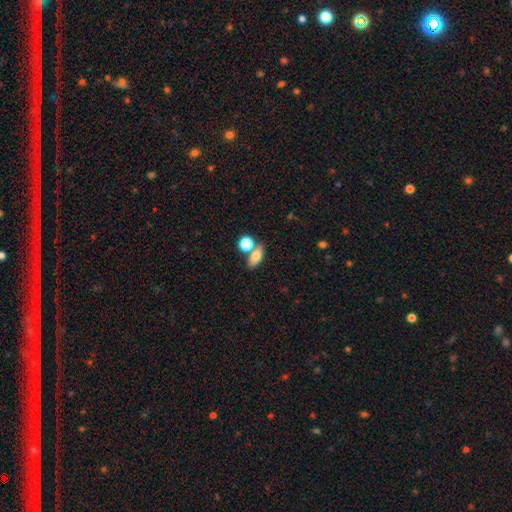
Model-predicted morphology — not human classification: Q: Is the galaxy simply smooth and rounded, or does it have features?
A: smooth — 74%.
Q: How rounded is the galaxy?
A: in between — 77%.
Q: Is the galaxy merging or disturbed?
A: none — 57%.